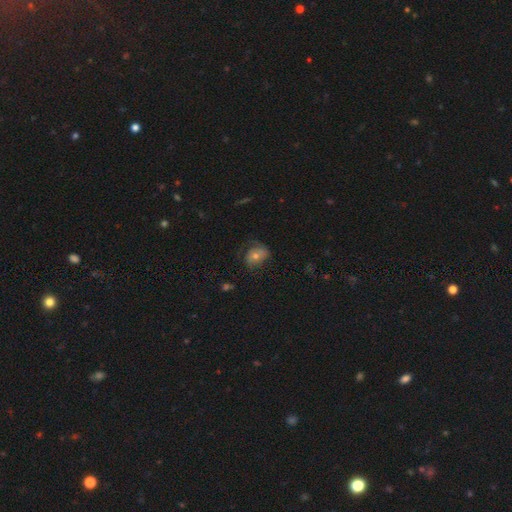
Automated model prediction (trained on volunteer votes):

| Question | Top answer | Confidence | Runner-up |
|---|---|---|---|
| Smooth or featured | smooth | 44% | featured or disk (42%) |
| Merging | none | 54% | minor disturbance (25%) |